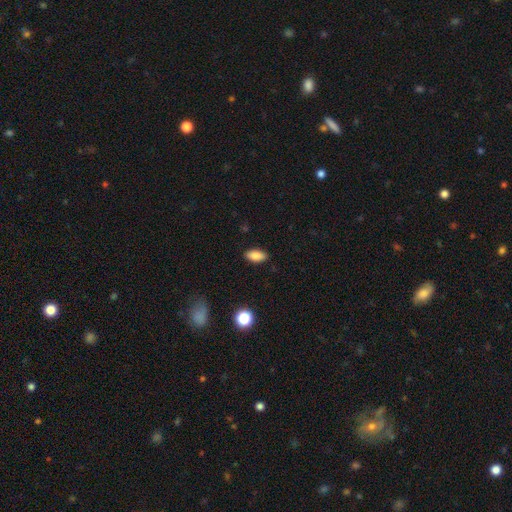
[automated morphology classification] A smooth galaxy with no disk features (86%) that is in between round and cigar-shaped (91%). Merging: none (88%).